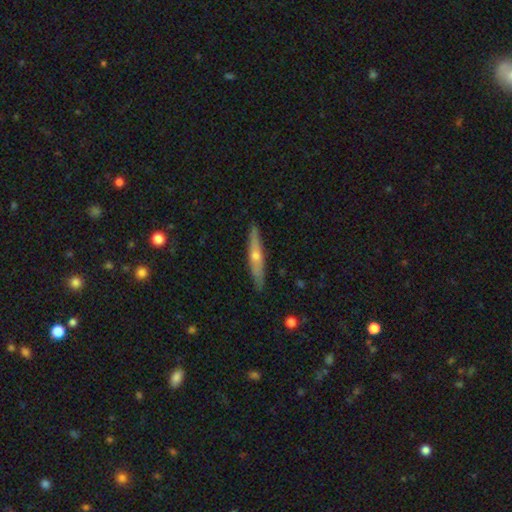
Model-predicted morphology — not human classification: This appears to be a featured or disk galaxy (59%) viewed edge-on (93%) with a rounded central bulge (83%). Merging: none (89%).